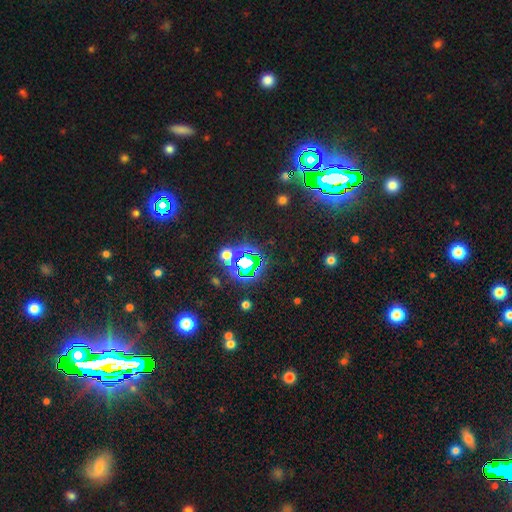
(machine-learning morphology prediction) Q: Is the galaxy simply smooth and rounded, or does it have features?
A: star or artifact — 82%.